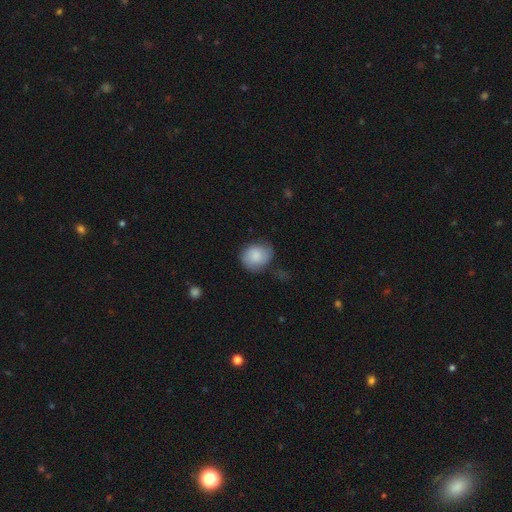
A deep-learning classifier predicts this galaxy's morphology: type=smooth (82%); roundness=round (65%); merging=none (64%).